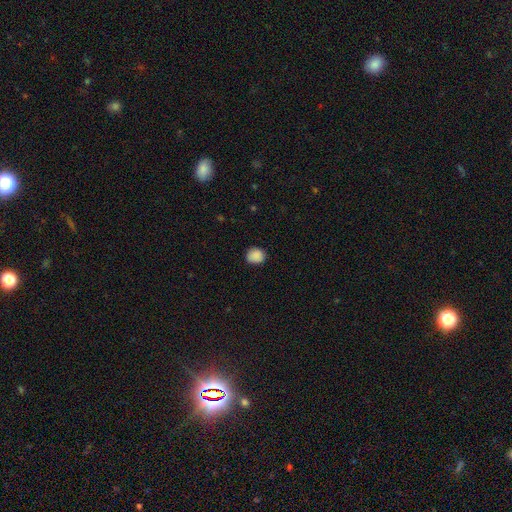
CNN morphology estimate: Smooth or featured? smooth (88%)
How rounded? round (77%)
Merging? none (85%)